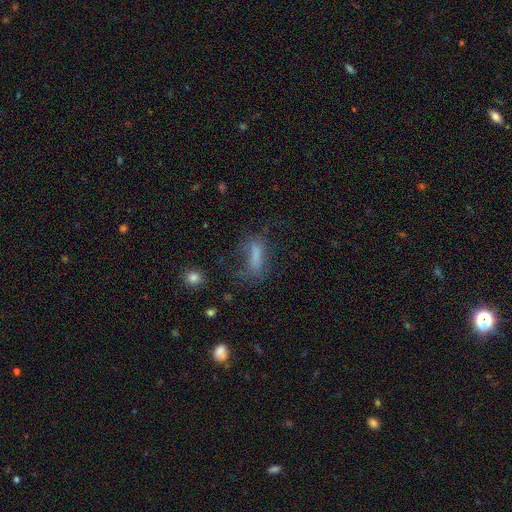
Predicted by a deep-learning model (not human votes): Smooth or featured? Predicted: smooth (p=0.61). How rounded? Predicted: in between (p=0.50). Merging? Predicted: none (p=0.45).